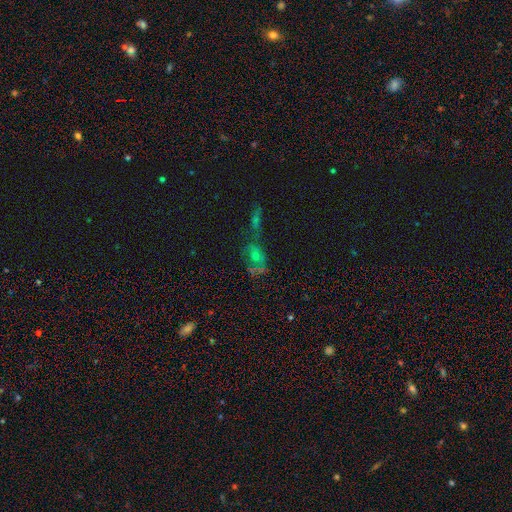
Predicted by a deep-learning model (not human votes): smooth_or_featured: featured or disk (p=0.38) [alt: star or artifact p=0.31]
merging: merger (p=0.40) [alt: none p=0.33]